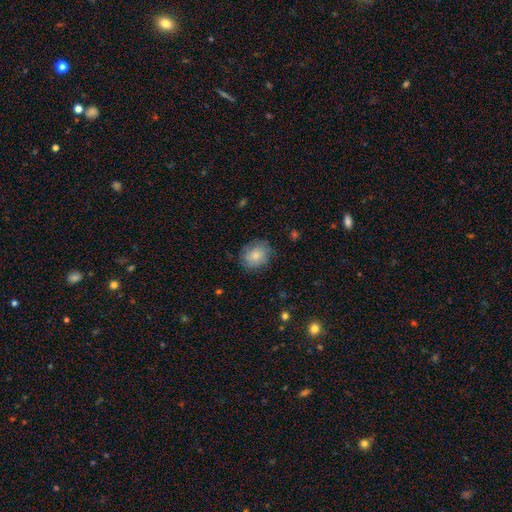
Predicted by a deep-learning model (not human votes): Morphology: type=smooth (80%); roundness=round (55%); merging=none (77%).